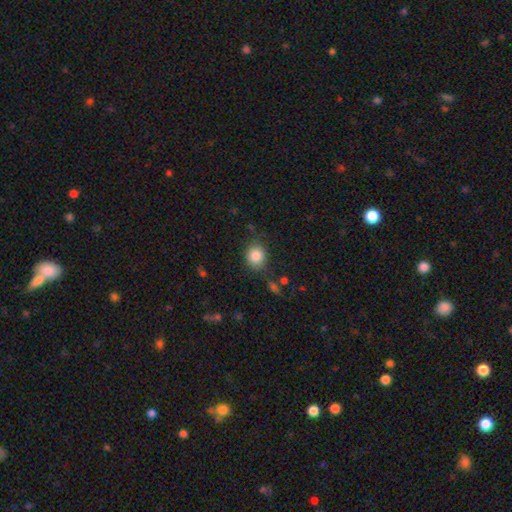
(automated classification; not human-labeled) Smooth or featured? smooth (85%)
How rounded? round (71%)
Merging? none (79%)